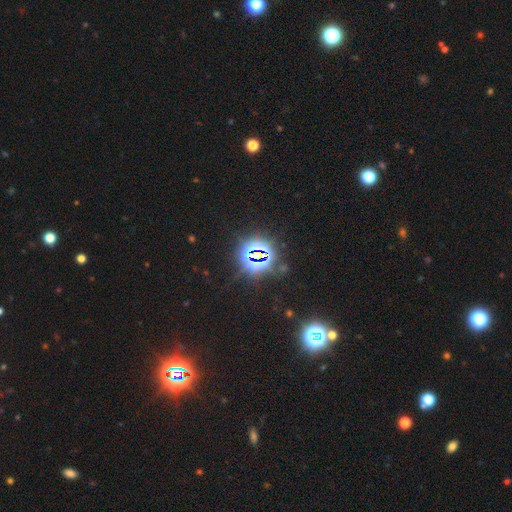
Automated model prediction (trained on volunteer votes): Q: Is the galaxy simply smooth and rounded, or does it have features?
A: star or artifact — 81%.